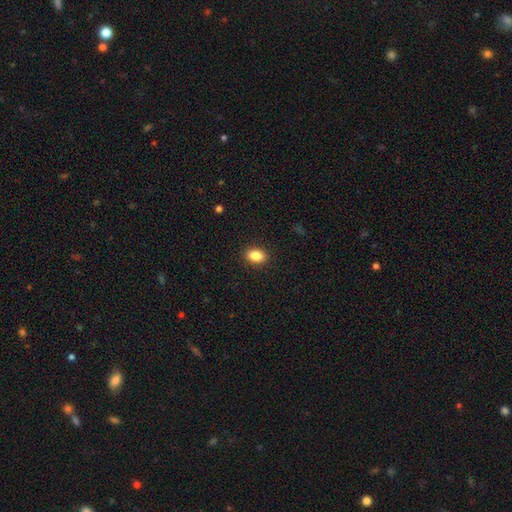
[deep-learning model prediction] Smooth or featured? Predicted: smooth (p=0.87). How rounded? Predicted: in between (p=0.82). Merging? Predicted: none (p=0.90).